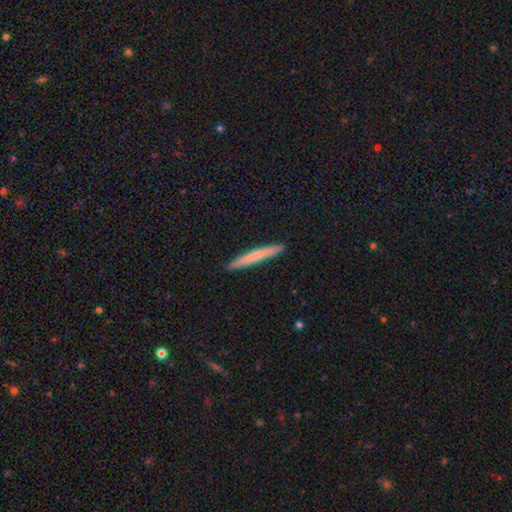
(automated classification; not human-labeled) This appears to be a smooth galaxy with no disk features (66%) that is cigar-shaped (96%). Merging: none (92%).